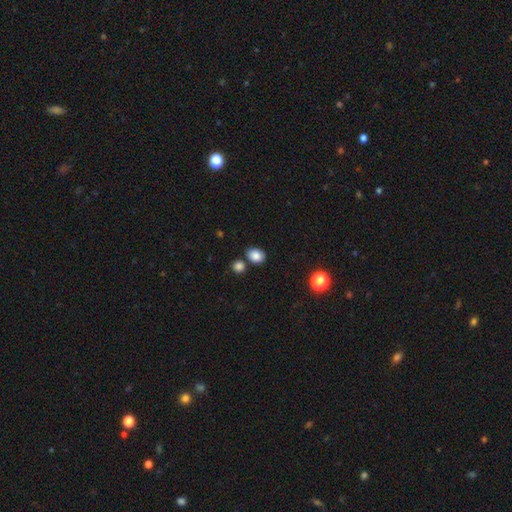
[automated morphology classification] Smooth or featured? Predicted: smooth (p=0.85). How rounded? Predicted: in between (p=0.55). Merging? Predicted: none (p=0.72).